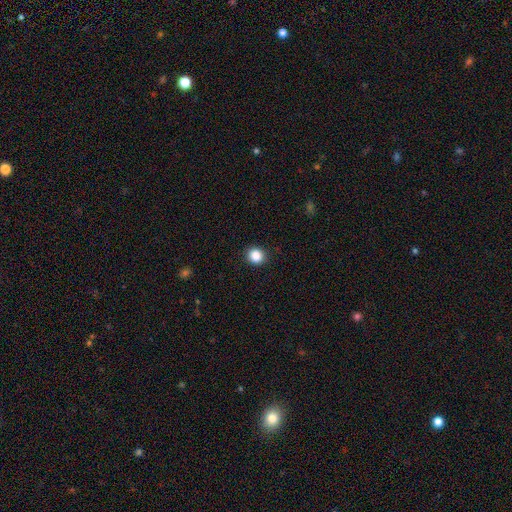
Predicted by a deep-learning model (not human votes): Smooth or featured?
  - smooth: 87% *
  - star or artifact: 10%
  - featured or disk: 3%
How rounded?
  - round: 86% *
  - in between: 13%
  - cigar-shaped: 1%
Merging?
  - none: 91% *
  - minor disturbance: 6%
  - major disturbance: 2%
  - merger: 1%